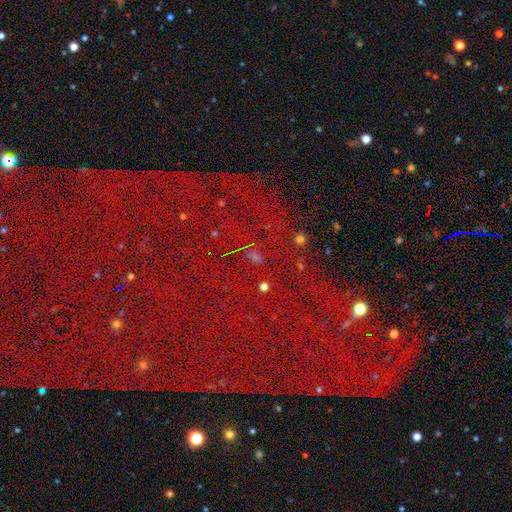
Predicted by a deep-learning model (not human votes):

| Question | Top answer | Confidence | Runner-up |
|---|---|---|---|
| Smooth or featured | star or artifact | 86% | featured or disk (7%) |